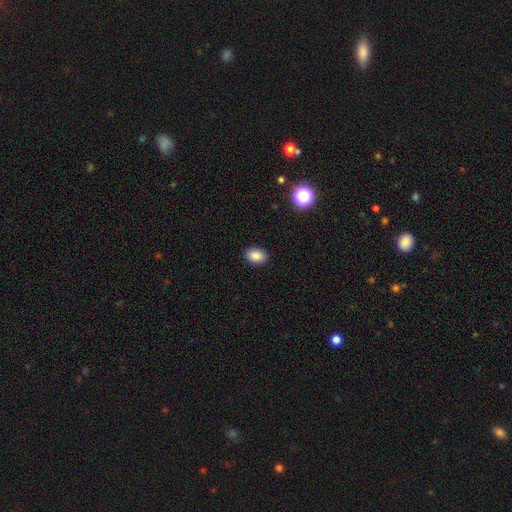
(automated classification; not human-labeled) This is clearly a smooth galaxy (87%). How rounded: likely in between (77%). Merging: clearly none (89%).